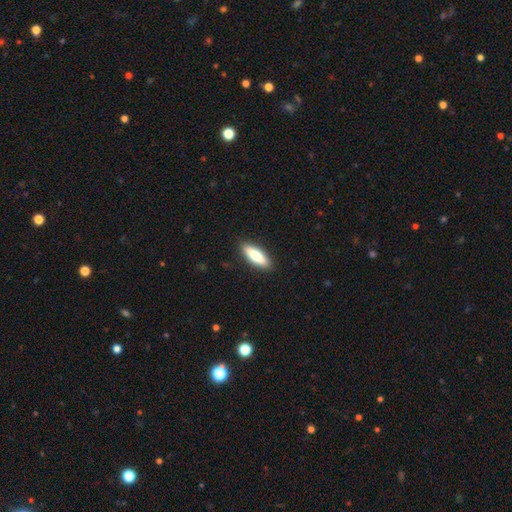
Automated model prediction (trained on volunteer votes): A smooth galaxy with no disk features (77%) that is in between round and cigar-shaped (56%). Merging: none (89%).